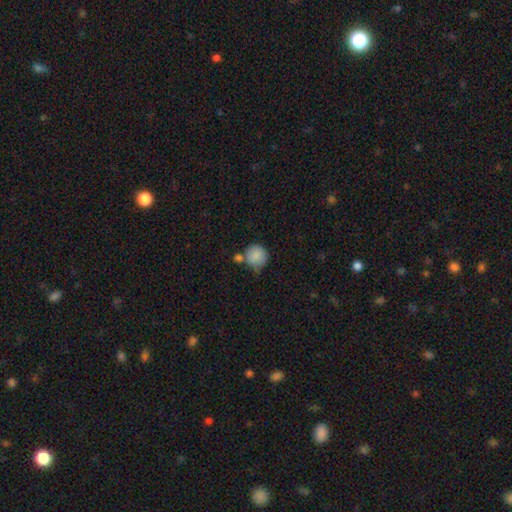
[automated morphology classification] This appears to be a smooth galaxy with no disk features (85%) that is round (88%). Merging: none (49%).